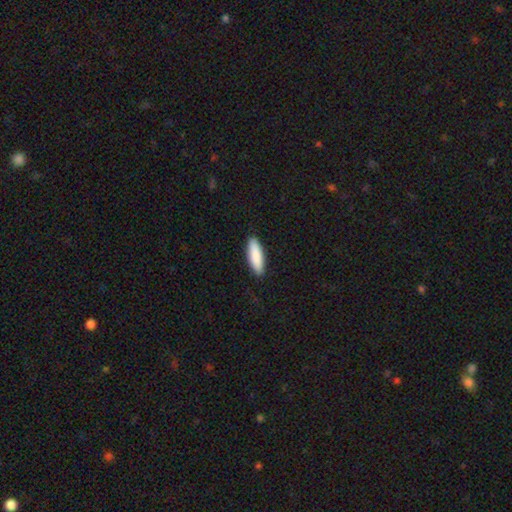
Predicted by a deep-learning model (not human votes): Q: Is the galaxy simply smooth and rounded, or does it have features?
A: smooth — 89%.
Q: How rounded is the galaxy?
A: cigar-shaped — 54%.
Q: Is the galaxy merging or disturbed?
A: none — 90%.